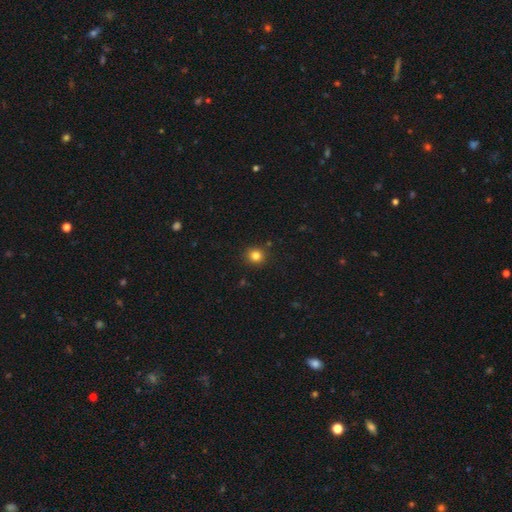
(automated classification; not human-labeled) smooth-or-featured: smooth: 82% | star or artifact: 13% | featured or disk: 5%
  how-rounded: round: 91% | in between: 8% | cigar-shaped: 1%
  merging: none: 90% | minor disturbance: 6% | major disturbance: 2% | merger: 2%